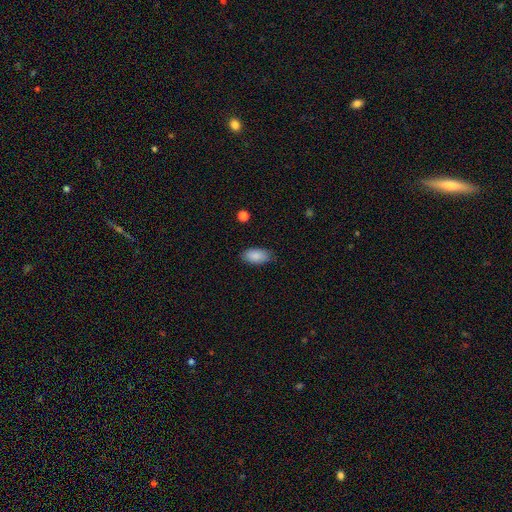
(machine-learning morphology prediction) This appears to be a smooth galaxy with no disk features (88%) that is in between round and cigar-shaped (93%). Merging: none (83%).